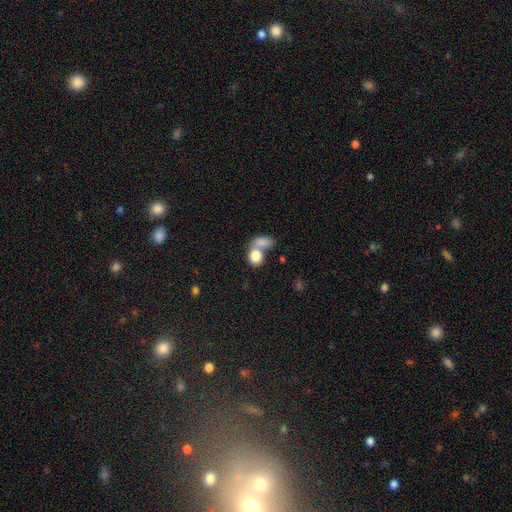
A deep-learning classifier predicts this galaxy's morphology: Overall: smooth (82%). How rounded: in between (59%; round 39%). Merging: merger (62%; none 25%).